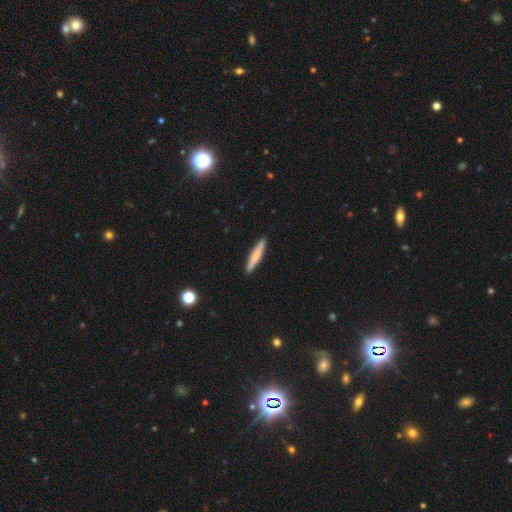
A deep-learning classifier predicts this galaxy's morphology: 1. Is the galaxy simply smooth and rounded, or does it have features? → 70% smooth, 25% featured or disk, 5% star or artifact.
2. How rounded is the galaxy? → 93% cigar-shaped, 6% in between, 1% round.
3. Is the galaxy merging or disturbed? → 90% none, 7% minor disturbance, 1% major disturbance, 1% merger.